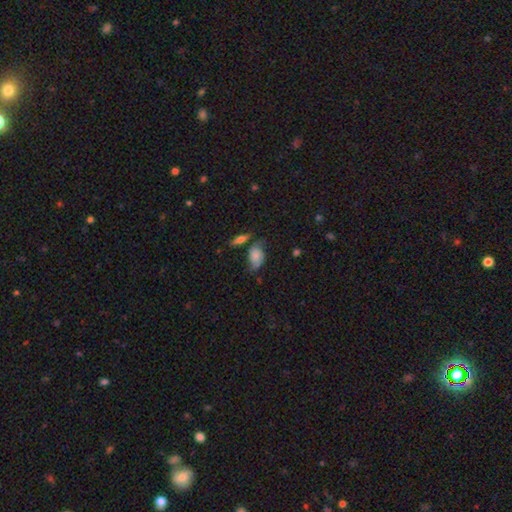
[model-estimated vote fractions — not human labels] A smooth galaxy with no disk features (64%) that is in between round and cigar-shaped (87%). Merging: none (46%).